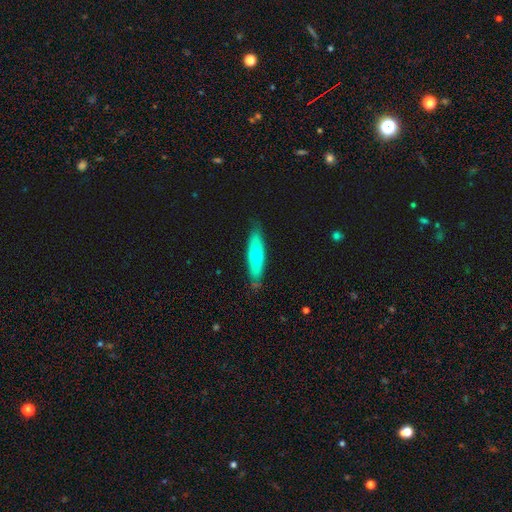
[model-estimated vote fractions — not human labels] Smooth or featured? smooth (60%)
How rounded? cigar-shaped (63%)
Merging? none (81%)